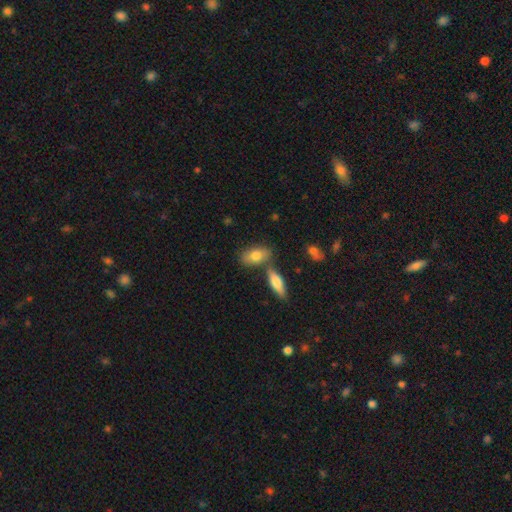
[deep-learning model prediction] Smooth or featured?
  - smooth: 78% *
  - featured or disk: 16%
  - star or artifact: 6%
How rounded?
  - in between: 86% *
  - cigar-shaped: 9%
  - round: 5%
Merging?
  - none: 60% *
  - merger: 23%
  - minor disturbance: 13%
  - major disturbance: 4%